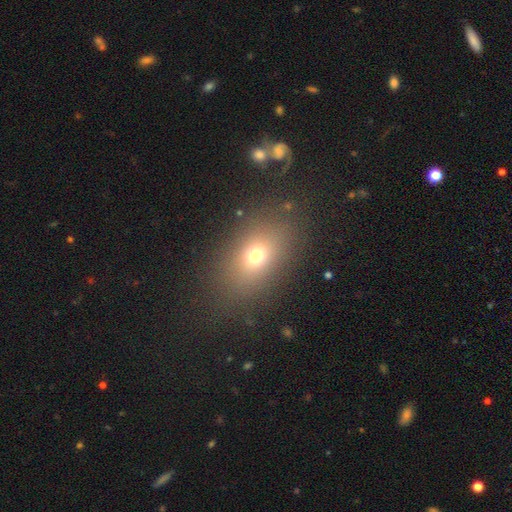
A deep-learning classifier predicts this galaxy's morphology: Overall: smooth (69%). How rounded: in between (73%). Merging: none (81%).